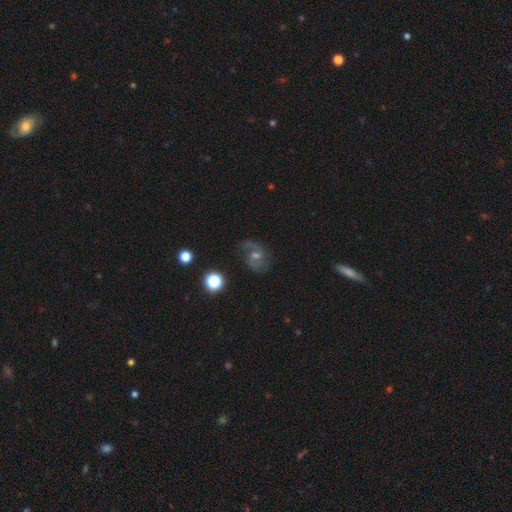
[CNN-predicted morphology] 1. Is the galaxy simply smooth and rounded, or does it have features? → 72% featured or disk, 14% smooth, 14% star or artifact.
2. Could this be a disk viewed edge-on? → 97% no, 3% yes.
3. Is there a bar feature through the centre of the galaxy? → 47% weak, 42% no, 11% strong.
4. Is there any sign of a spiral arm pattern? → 93% yes, 7% no.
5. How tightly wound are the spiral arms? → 46% medium, 37% loose, 16% tight.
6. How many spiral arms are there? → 79% 2, 10% 1, 7% can't tell, 2% 3, 1% 4, 1% more than 4.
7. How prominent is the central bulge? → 49% moderate, 41% small, 5% none, 4% large, 1% dominant.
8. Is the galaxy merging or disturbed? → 71% none, 16% minor disturbance, 10% major disturbance, 2% merger.